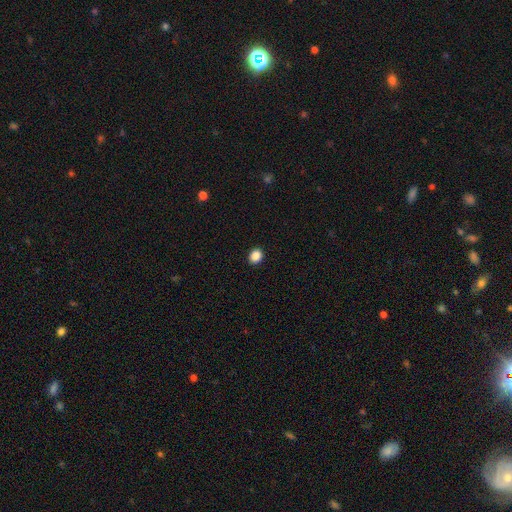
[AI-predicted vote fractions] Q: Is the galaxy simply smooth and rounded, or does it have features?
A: smooth — 87%.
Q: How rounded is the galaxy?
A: round — 63%.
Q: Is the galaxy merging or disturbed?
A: none — 91%.